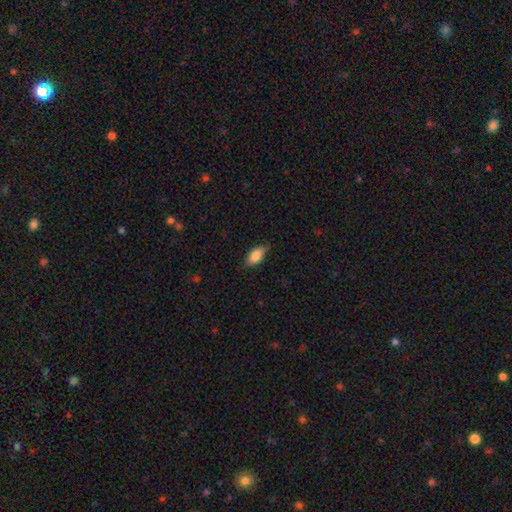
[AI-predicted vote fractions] Q: Smooth or featured?
A: smooth (83%); runner-up: featured or disk (10%)
Q: How rounded?
A: in between (88%); runner-up: cigar-shaped (9%)
Q: Merging?
A: none (73%); runner-up: minor disturbance (22%)